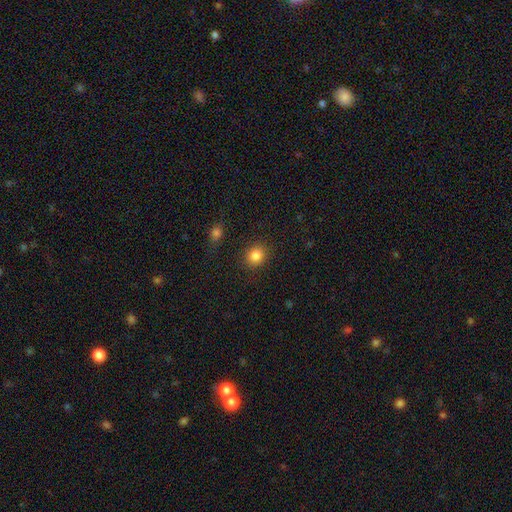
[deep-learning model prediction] A smooth galaxy with no disk features (85%) that is round (78%).

Vote fractions:
- Smooth or featured? smooth: 85% / star or artifact: 11% / featured or disk: 5%
- How rounded? round: 78% / in between: 21% / cigar-shaped: 1%
- Merging? none: 87% / minor disturbance: 8% / major disturbance: 3% / merger: 2%